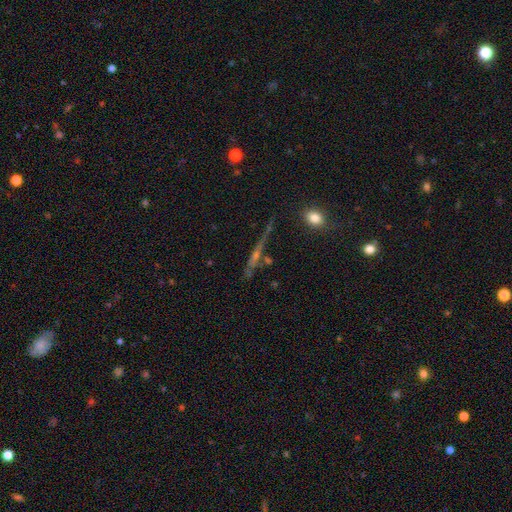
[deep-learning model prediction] A featured or disk galaxy (62%) viewed edge-on (91%) with a rounded central bulge (46%).

Vote fractions:
- Smooth or featured? featured or disk: 62% / smooth: 22% / star or artifact: 16%
- Edge-on disk? yes: 91% / no: 9%
- Edge-on bulge? rounded: 46% / none: 45% / boxy: 10%
- Merging? none: 72% / minor disturbance: 14% / merger: 7% / major disturbance: 6%